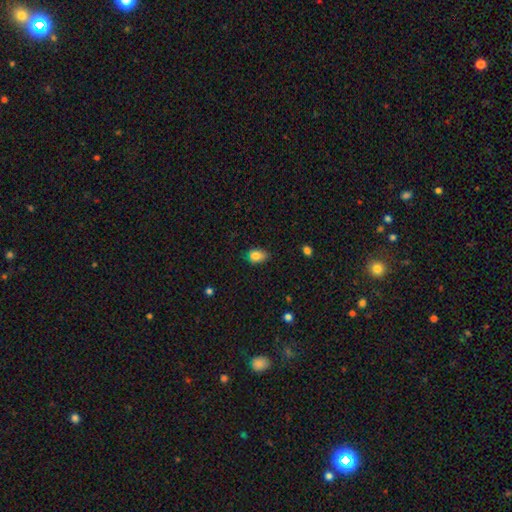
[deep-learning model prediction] This is clearly a smooth galaxy (82%). How rounded: likely in between (75%). Merging: likely none (61%).